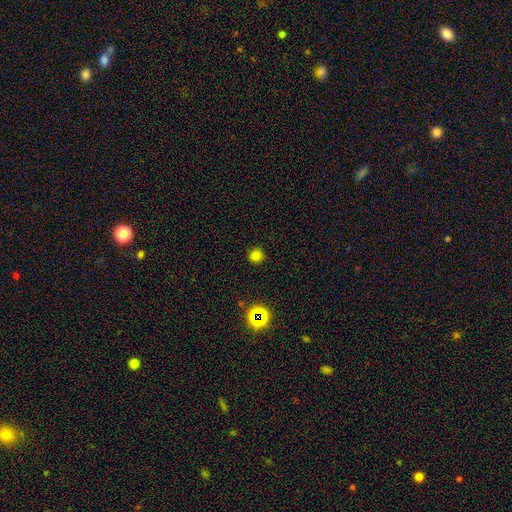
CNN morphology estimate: A smooth galaxy with no disk features (77%) that is round (95%).

Vote fractions:
- Smooth or featured? smooth: 77% / star or artifact: 19% / featured or disk: 4%
- How rounded? round: 95% / in between: 4% / cigar-shaped: 1%
- Merging? none: 90% / minor disturbance: 6% / major disturbance: 2% / merger: 1%